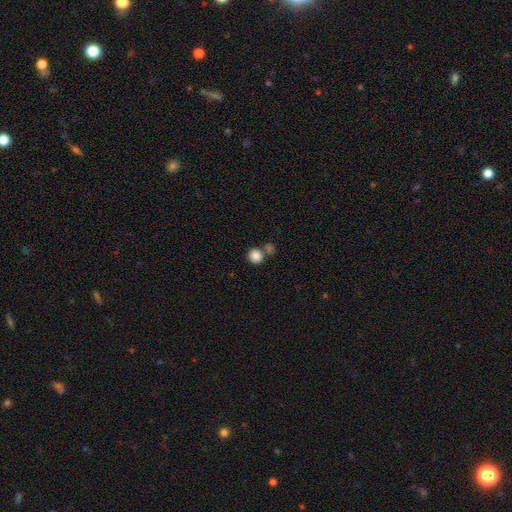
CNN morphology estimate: This is clearly a smooth galaxy (86%). How rounded: clearly round (89%). Merging: likely none (65%).